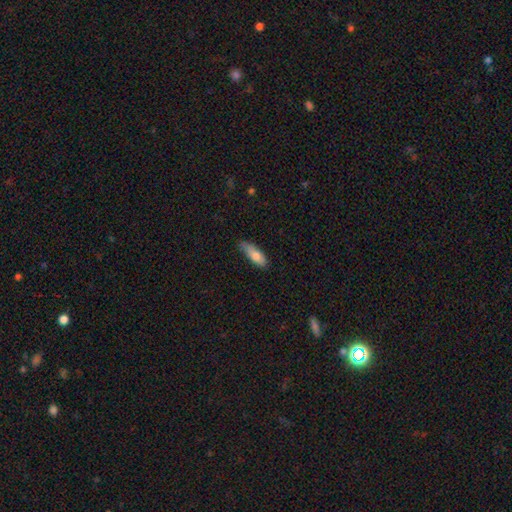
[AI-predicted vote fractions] The model was most divided on "how rounded": in between: 54%, cigar-shaped: 44%, round: 2%. More confident: smooth or featured — smooth (78%); merging — none (55%).